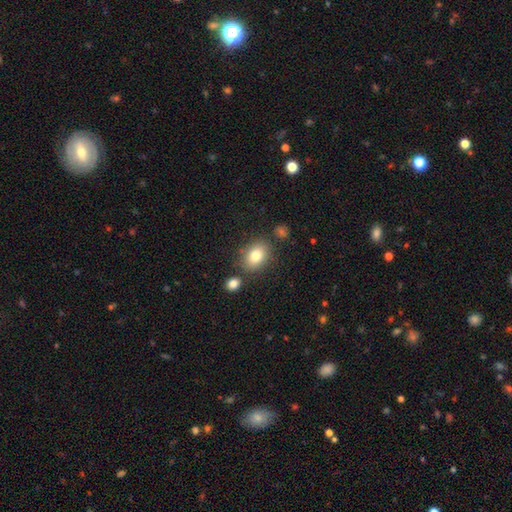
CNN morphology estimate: Overall: smooth (81%). How rounded: in between (70%). Merging: none (76%).